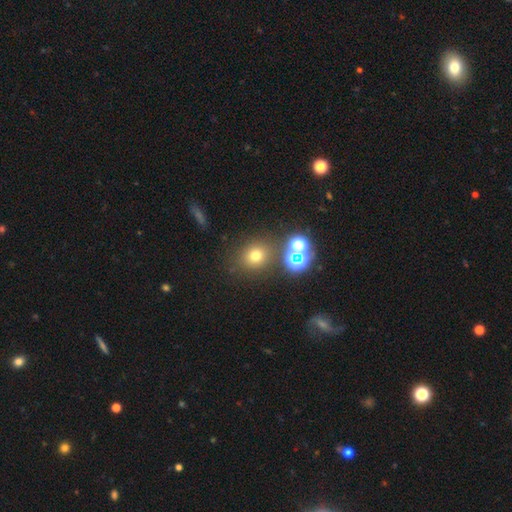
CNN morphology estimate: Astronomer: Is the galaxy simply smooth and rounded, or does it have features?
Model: smooth — 66%.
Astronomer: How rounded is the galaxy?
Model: round — 80%.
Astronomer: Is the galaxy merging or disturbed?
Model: none — 79%.